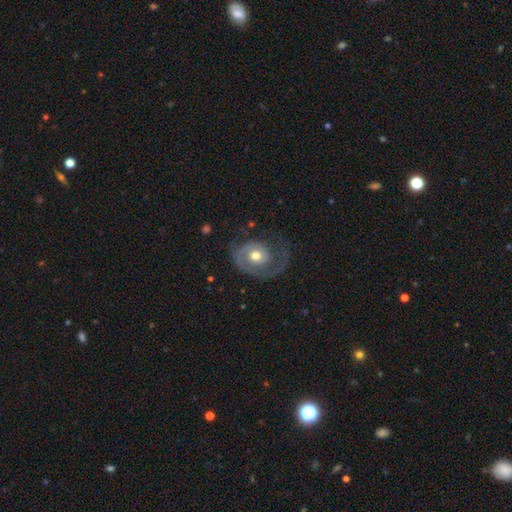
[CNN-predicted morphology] A featured or disk galaxy (70%) with no bar (81%), 1 (68%) tight (48%) spiral arms (85%) and a moderate central bulge (74%). Merging: none (48%).